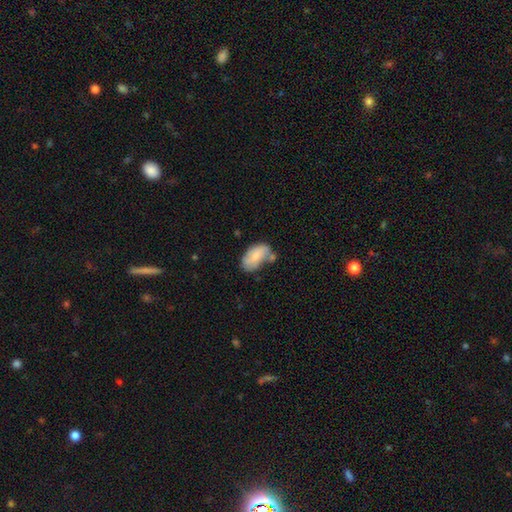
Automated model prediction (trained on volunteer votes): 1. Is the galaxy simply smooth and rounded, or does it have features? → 62% smooth, 31% featured or disk, 7% star or artifact.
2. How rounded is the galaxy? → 92% in between, 6% round, 2% cigar-shaped.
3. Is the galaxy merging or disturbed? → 40% none, 30% minor disturbance, 18% merger, 12% major disturbance.